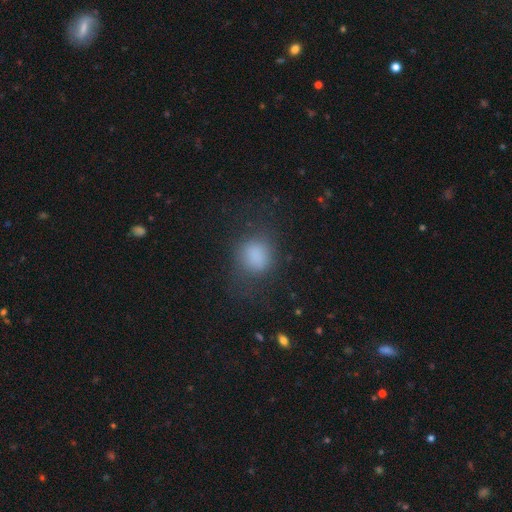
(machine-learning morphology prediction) A smooth galaxy with no disk features (81%) that is round (65%). Merging: none (61%).